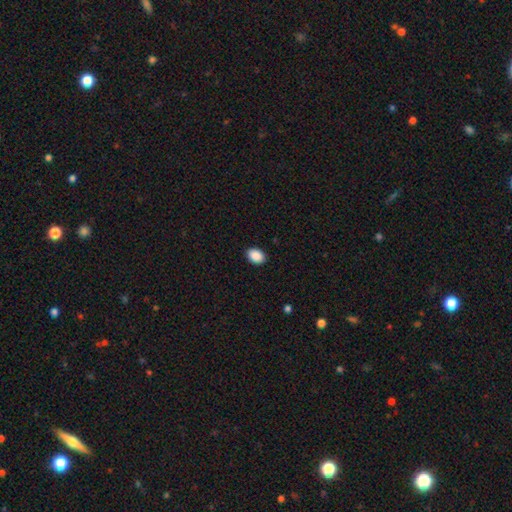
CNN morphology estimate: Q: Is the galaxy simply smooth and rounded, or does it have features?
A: smooth — 90%.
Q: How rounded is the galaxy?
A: in between — 80%.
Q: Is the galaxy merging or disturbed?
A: none — 90%.